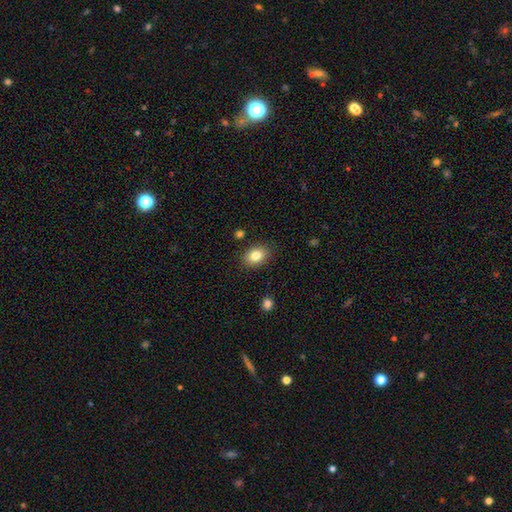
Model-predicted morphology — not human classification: This is clearly a smooth galaxy (83%). How rounded: likely in between (74%). Merging: clearly none (87%).